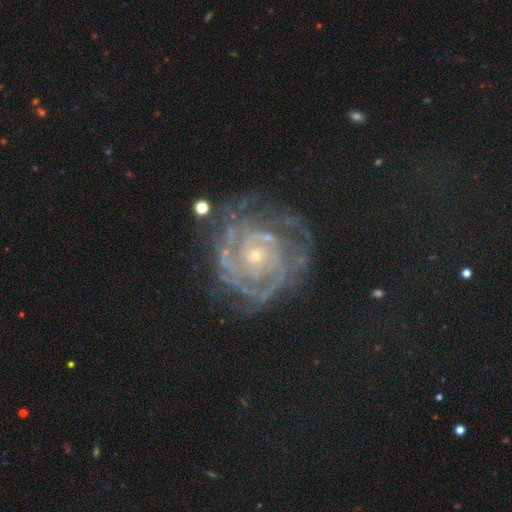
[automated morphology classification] A featured or disk galaxy (88%) with no bar (78%), tight (76%) spiral arms (96%) and a small central bulge (77%). Merging: none (68%).